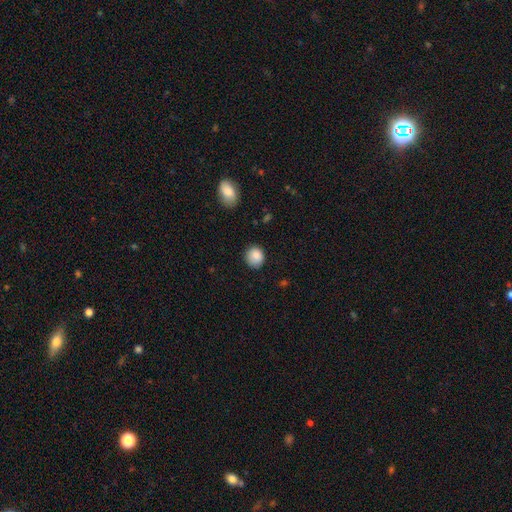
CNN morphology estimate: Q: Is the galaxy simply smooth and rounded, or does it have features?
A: smooth — 88%.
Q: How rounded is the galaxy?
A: round — 81%.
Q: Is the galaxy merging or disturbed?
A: none — 83%.